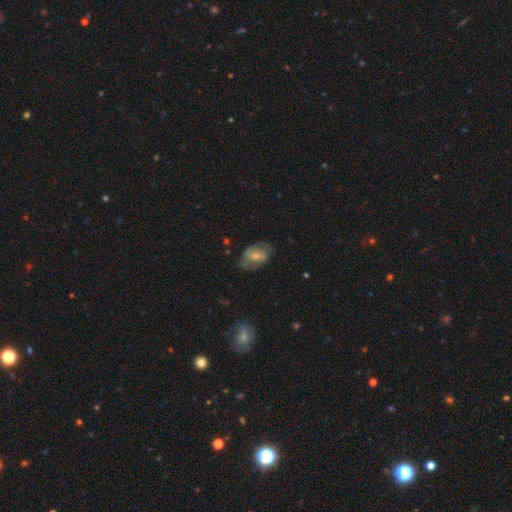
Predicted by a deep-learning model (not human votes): featured or disk 57%, smooth 36%, star or artifact 7%. Down the decision tree: edge-on disk — no (95%); bar — no (46%); spiral arms — yes (66%); bulge size — small (51%); merging — none (59%).